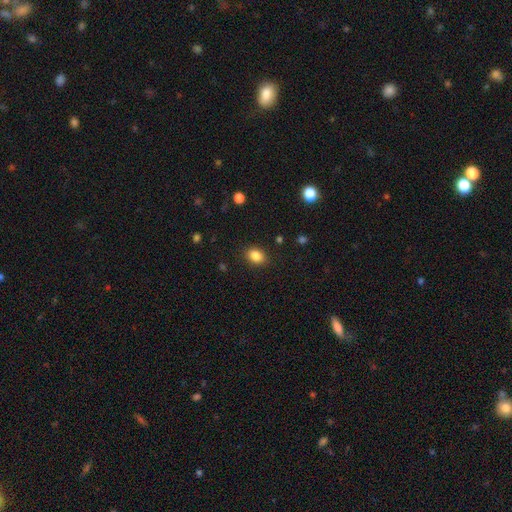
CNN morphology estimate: Overall: smooth (86%). How rounded: in between (72%). Merging: none (87%).